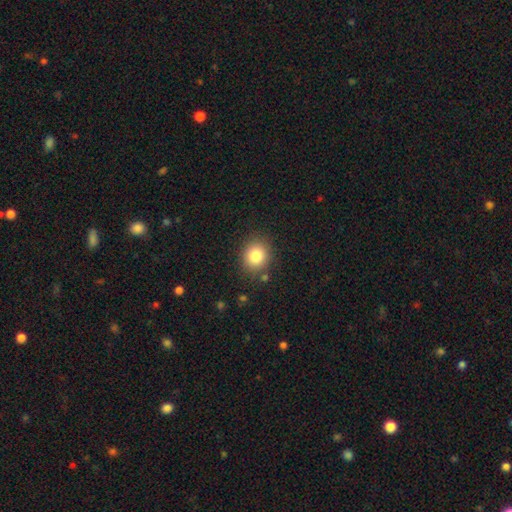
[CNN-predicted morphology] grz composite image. It shows a smooth galaxy with no disk features (83%) that is round (72%). Merging: none (84%).